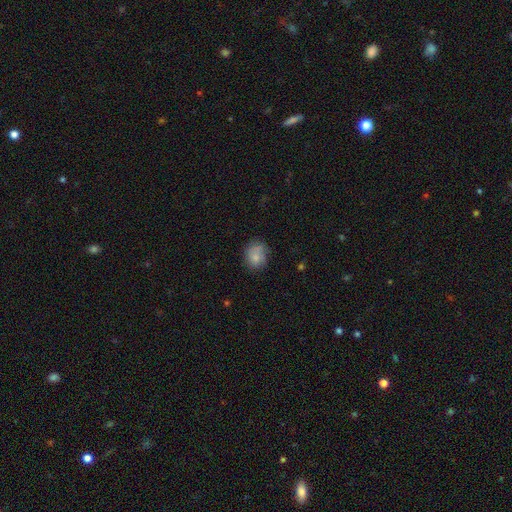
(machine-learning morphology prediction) smooth-or-featured: smooth: 76% | featured or disk: 14% | star or artifact: 9%
  how-rounded: round: 64% | in between: 35% | cigar-shaped: 1%
  merging: none: 63% | minor disturbance: 25% | major disturbance: 9% | merger: 3%